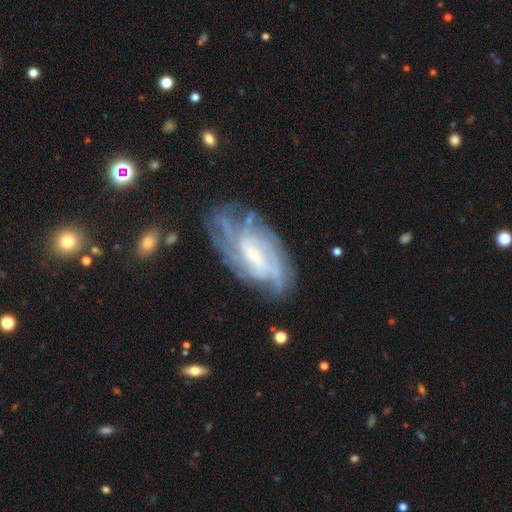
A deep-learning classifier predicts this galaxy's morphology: Smooth or featured: featured or disk — 85% (smooth — 9%)
Edge-on disk: no — 94% (yes — 6%)
Bar: weak — 45% (no — 38%)
Spiral arms: yes — 94% (no — 6%)
Spiral winding: tight — 56% (medium — 34%)
Spiral arm count: can't tell — 37% (4 — 21%)
Bulge size: small — 65% (moderate — 26%)
Merging: none — 67% (minor disturbance — 20%)